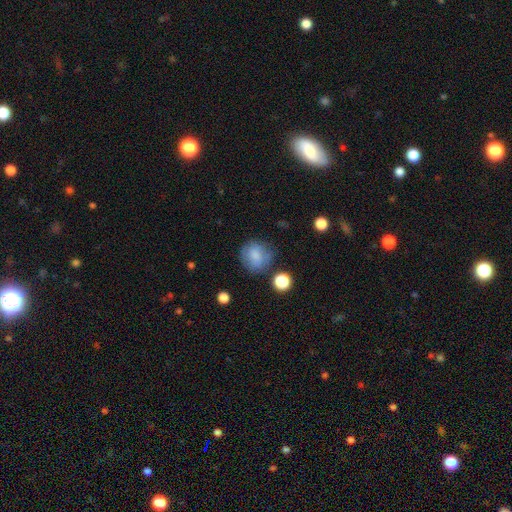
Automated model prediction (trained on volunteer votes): The model was most divided on "merging": none: 69%, minor disturbance: 19%, major disturbance: 7%, merger: 5%. More confident: how rounded — round (82%); smooth or featured — smooth (78%).